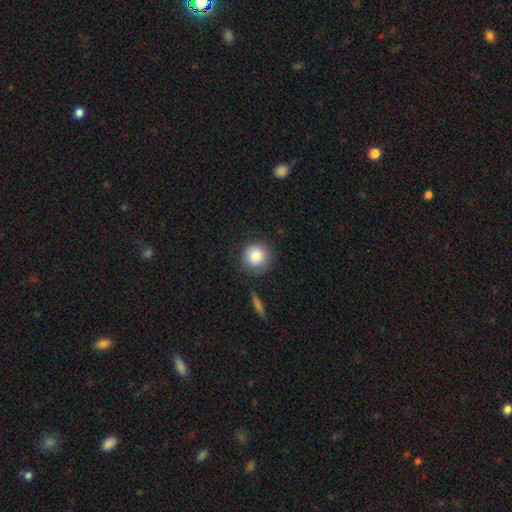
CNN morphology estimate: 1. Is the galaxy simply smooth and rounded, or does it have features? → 85% smooth, 8% star or artifact, 7% featured or disk.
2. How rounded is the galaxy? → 94% round, 5% in between, 1% cigar-shaped.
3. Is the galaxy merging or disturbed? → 83% none, 11% minor disturbance, 3% major disturbance, 3% merger.